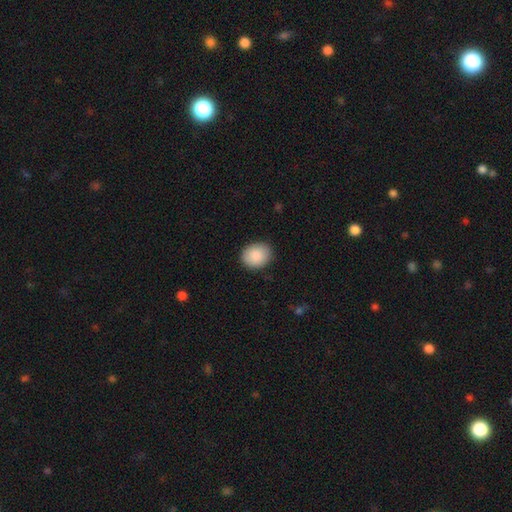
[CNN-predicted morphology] type=smooth (89%); roundness=round (55%); merging=none (88%).